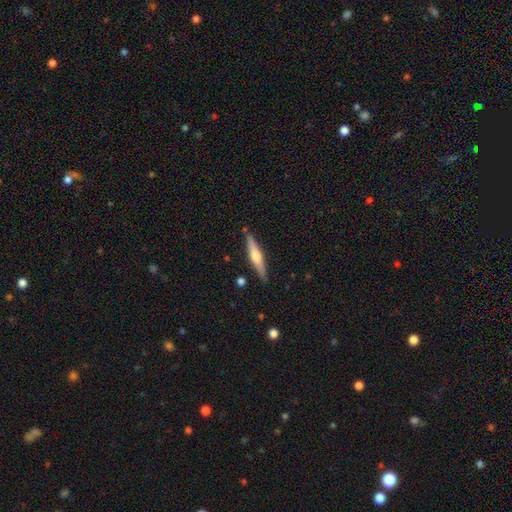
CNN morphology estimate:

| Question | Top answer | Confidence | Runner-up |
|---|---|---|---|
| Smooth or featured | featured or disk | 60% | smooth (35%) |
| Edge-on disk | yes | 96% | no (4%) |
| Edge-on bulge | rounded | 90% | none (5%) |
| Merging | none | 87% | minor disturbance (9%) |